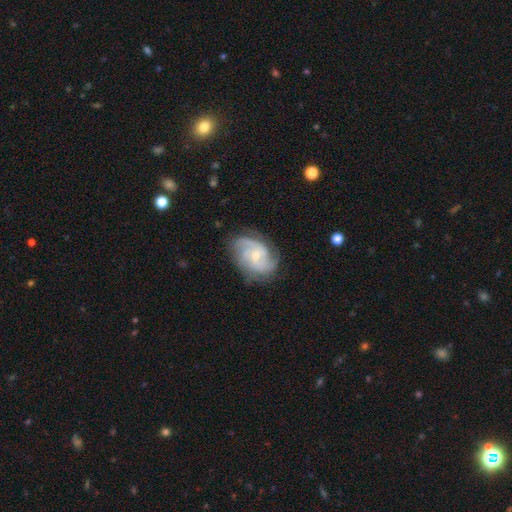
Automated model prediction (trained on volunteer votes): A featured or disk galaxy (81%) with no bar (55%), 2 (35%) medium (45%) spiral arms (94%) and a small central bulge (55%).

Vote fractions:
- Smooth or featured? featured or disk: 81% / smooth: 13% / star or artifact: 6%
- Edge-on disk? no: 97% / yes: 3%
- Bar? no: 55% / weak: 39% / strong: 6%
- Spiral arms? yes: 94% / no: 6%
- Spiral winding? medium: 45% / tight: 41% / loose: 15%
- Spiral arm count? 2: 35% / 3: 29% / can't tell: 22% / 4: 6% / 1: 5% / more than 4: 4%
- Bulge size? small: 55% / moderate: 41% / none: 2% / large: 2% / dominant: 1%
- Merging? none: 70% / minor disturbance: 21% / major disturbance: 8% / merger: 1%